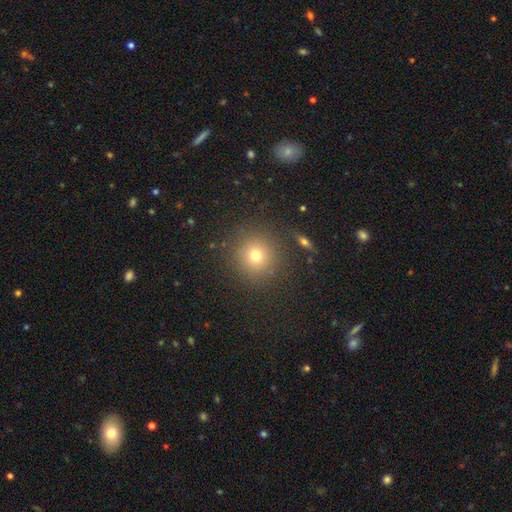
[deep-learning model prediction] This is likely a smooth galaxy (73%). How rounded: clearly round (93%). Merging: clearly none (88%).